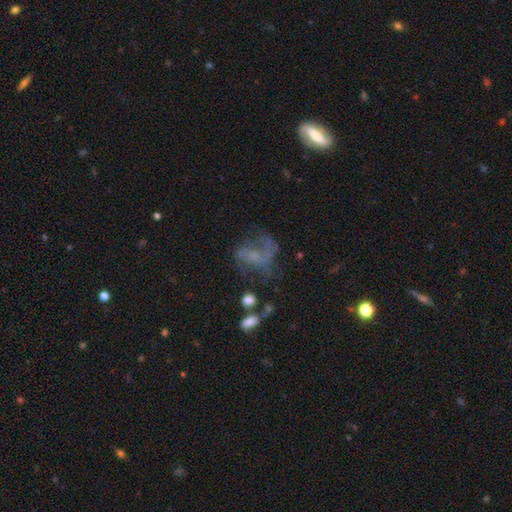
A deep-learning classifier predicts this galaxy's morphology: Smooth or featured?
  - featured or disk: 56% *
  - smooth: 25%
  - star or artifact: 20%
Edge-on disk?
  - no: 97% *
  - yes: 3%
Bar?
  - no: 69% *
  - weak: 25%
  - strong: 6%
Spiral arms?
  - yes: 54% *
  - no: 46%
Bulge size?
  - none: 48% *
  - small: 34%
  - moderate: 14%
  - large: 3%
  - dominant: 1%
Merging?
  - major disturbance: 39% *
  - none: 35%
  - minor disturbance: 18%
  - merger: 8%